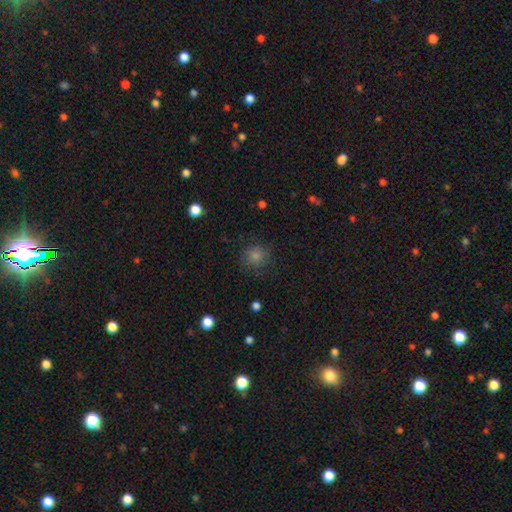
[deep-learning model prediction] Morphology: type=smooth (67%); roundness=round (90%); merging=none (83%).